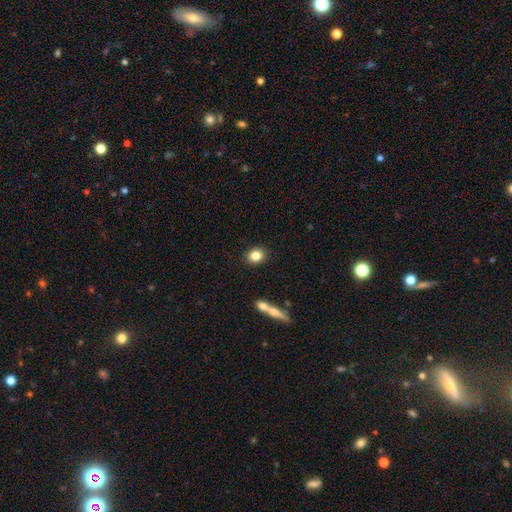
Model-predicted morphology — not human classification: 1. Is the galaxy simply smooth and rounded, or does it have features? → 83% smooth, 9% star or artifact, 8% featured or disk.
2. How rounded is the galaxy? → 63% round, 35% in between, 2% cigar-shaped.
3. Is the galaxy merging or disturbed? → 89% none, 7% minor disturbance, 2% merger, 2% major disturbance.